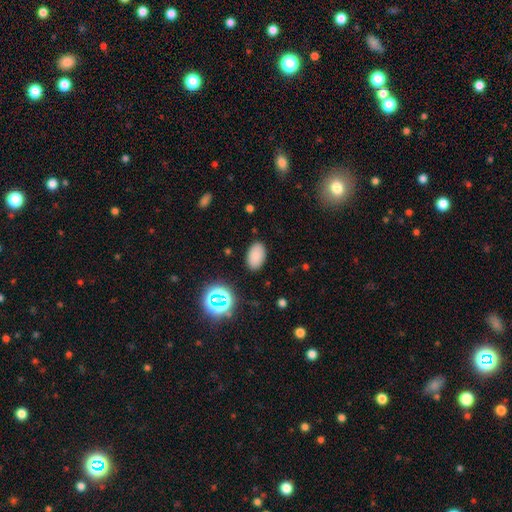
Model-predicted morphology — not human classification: type=smooth (81%); roundness=in between (92%); merging=none (86%).